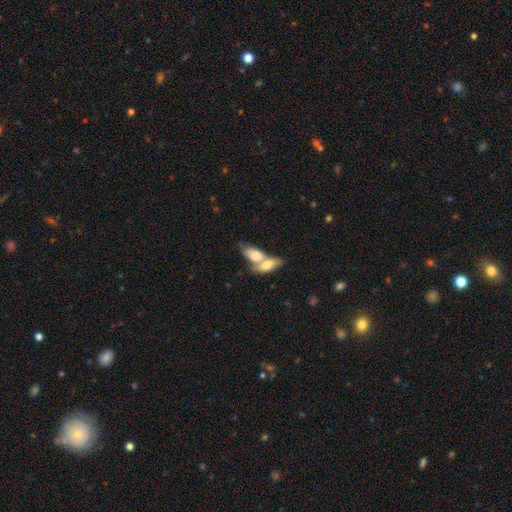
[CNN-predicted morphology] This is likely a smooth galaxy (71%). How rounded: clearly in between (82%). Merging: likely merger (71%).